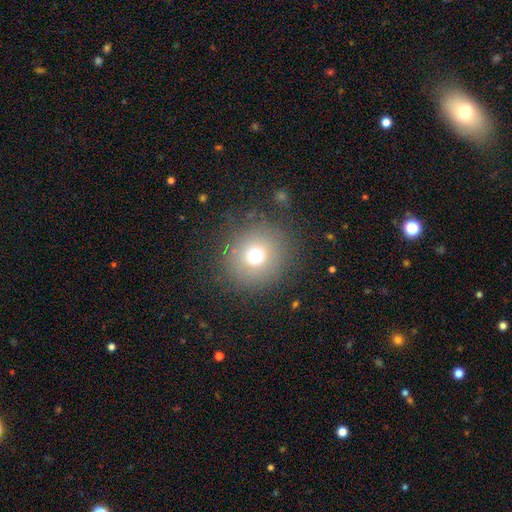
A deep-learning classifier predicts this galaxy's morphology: Smooth or featured? Predicted: smooth (p=0.69). How rounded? Predicted: round (p=0.93). Merging? Predicted: none (p=0.87).